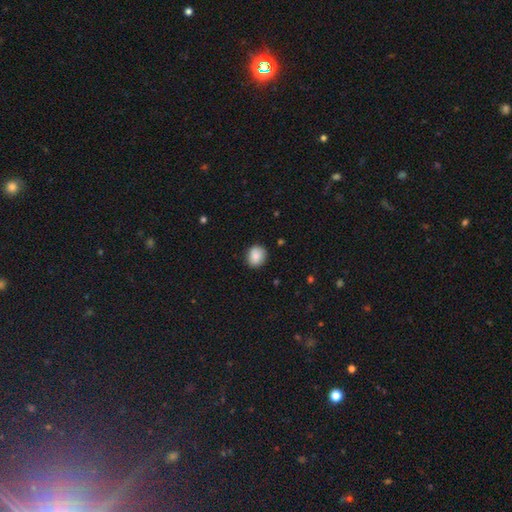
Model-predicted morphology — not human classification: type=smooth (86%); roundness=round (69%); merging=none (85%).